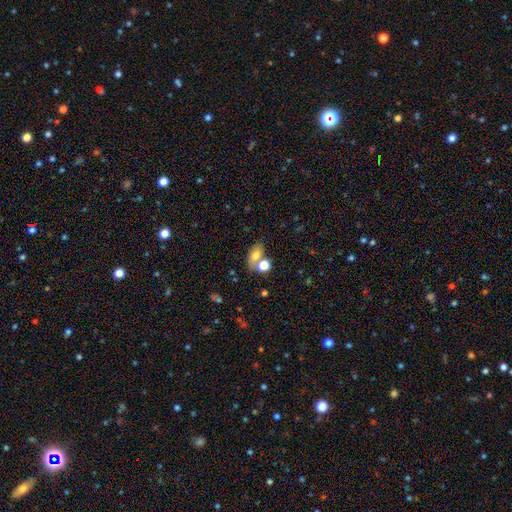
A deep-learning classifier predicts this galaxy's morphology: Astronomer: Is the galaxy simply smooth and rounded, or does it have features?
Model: smooth — 73%.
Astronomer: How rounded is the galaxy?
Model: in between — 80%.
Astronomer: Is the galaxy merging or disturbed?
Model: none — 46% (runner-up: merger, 35%).